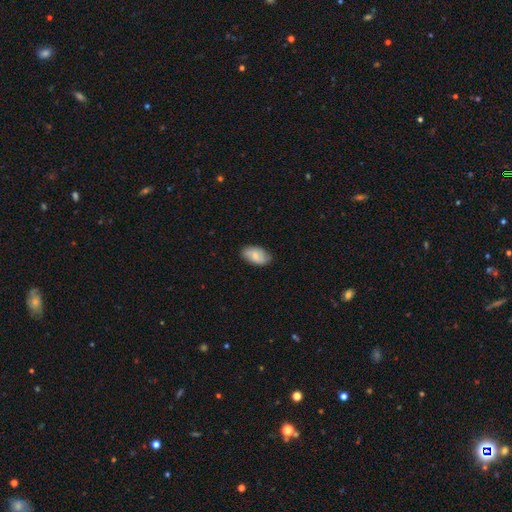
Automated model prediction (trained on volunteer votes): This appears to be a smooth galaxy with no disk features (63%) that is in between round and cigar-shaped (93%). Merging: none (80%).